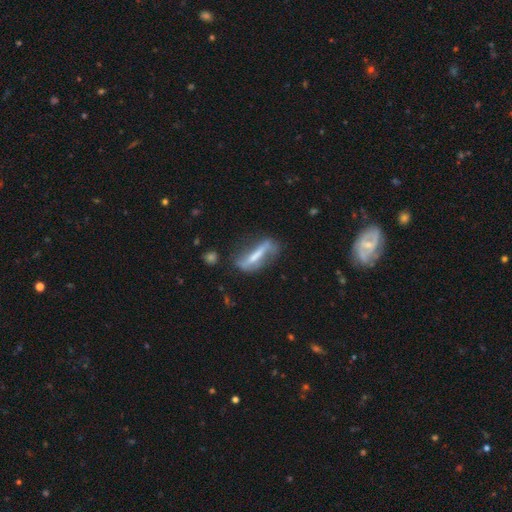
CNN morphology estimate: featured or disk 53%, smooth 39%, star or artifact 8%. Down the decision tree: edge-on disk — no (62%); merging — none (48%).